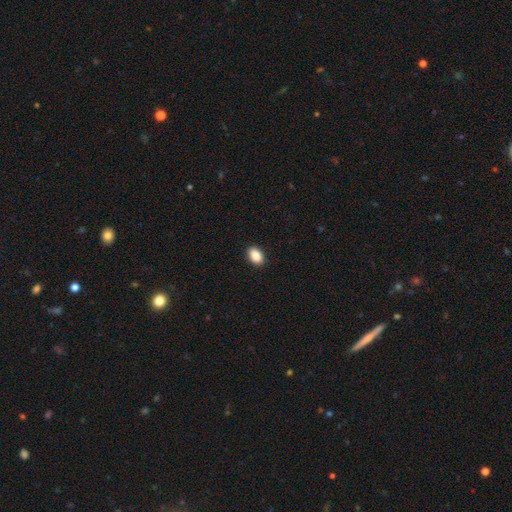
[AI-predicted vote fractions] A smooth galaxy with no disk features (88%) that is in between round and cigar-shaped (88%). Merging: none (91%).